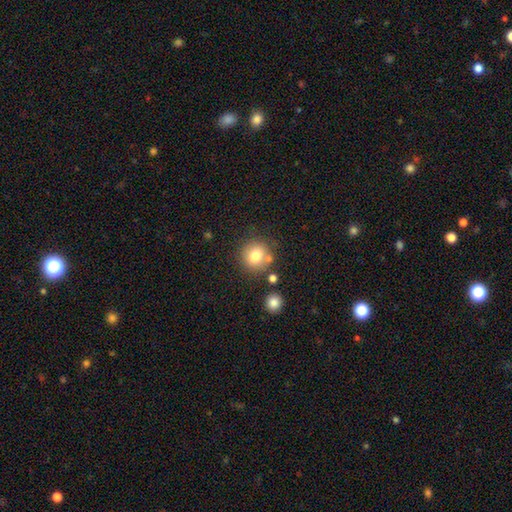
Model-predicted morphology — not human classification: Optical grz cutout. It shows a smooth galaxy with no disk features (78%) that is round (88%). Merging: none (74%).